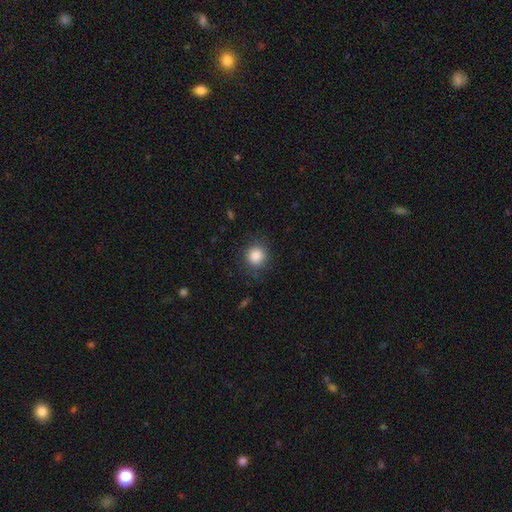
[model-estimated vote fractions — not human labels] smooth-or-featured: smooth: 86% | star or artifact: 9% | featured or disk: 4%
  how-rounded: round: 88% | in between: 11% | cigar-shaped: 1%
  merging: none: 83% | minor disturbance: 12% | major disturbance: 4% | merger: 1%